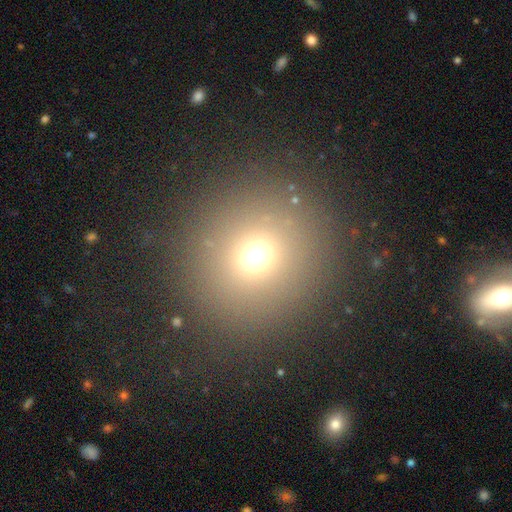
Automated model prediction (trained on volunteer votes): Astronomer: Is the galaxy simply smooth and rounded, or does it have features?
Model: smooth — 68%.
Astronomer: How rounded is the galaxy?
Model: round — 93%.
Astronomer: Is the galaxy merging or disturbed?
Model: none — 88%.